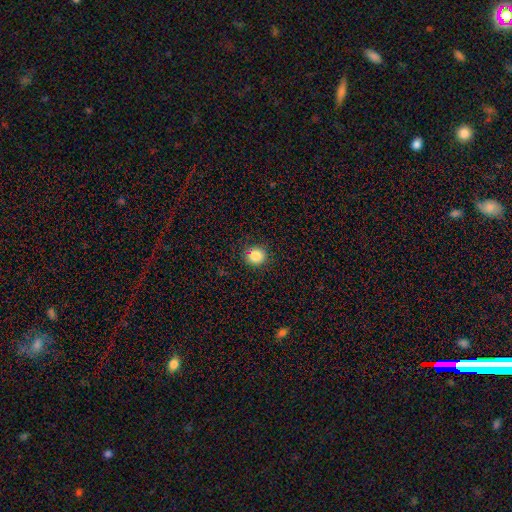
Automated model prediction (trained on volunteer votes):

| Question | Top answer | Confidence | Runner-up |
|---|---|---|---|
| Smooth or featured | smooth | 86% | star or artifact (10%) |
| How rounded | round | 89% | in between (10%) |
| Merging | none | 90% | minor disturbance (7%) |